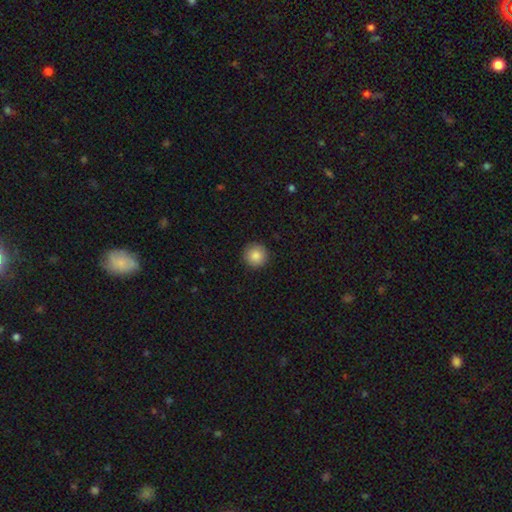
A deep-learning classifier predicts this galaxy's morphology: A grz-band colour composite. It shows a smooth galaxy with no disk features (86%) that is round (96%). Merging: none (92%).